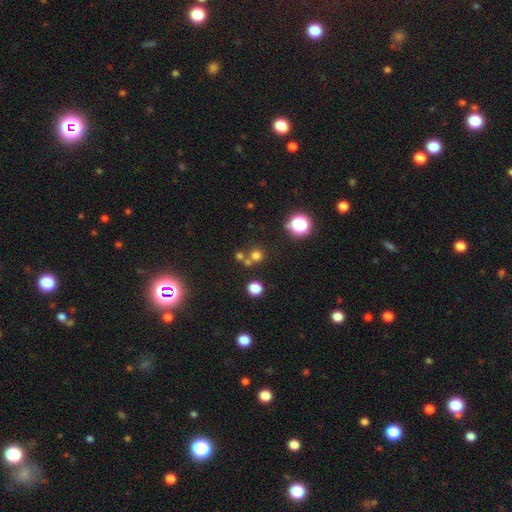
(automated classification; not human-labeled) Morphology: type=smooth (65%); roundness=round (90%); merging=none (62%).